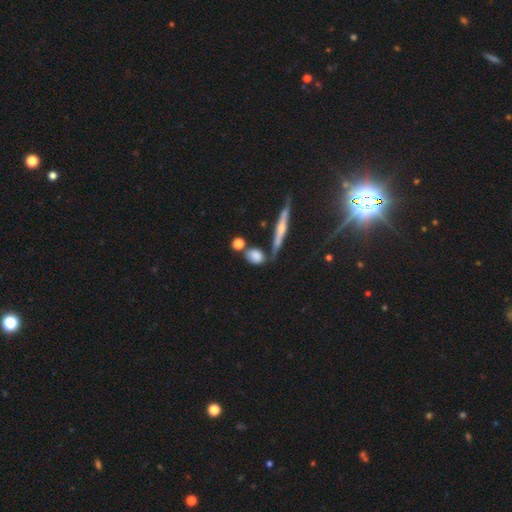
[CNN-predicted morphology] A smooth galaxy with no disk features (76%) that is in between round and cigar-shaped (54%).

Vote fractions:
- Smooth or featured? smooth: 76% / featured or disk: 14% / star or artifact: 9%
- How rounded? in between: 54% / round: 36% / cigar-shaped: 10%
- Merging? none: 58% / minor disturbance: 18% / merger: 17% / major disturbance: 6%